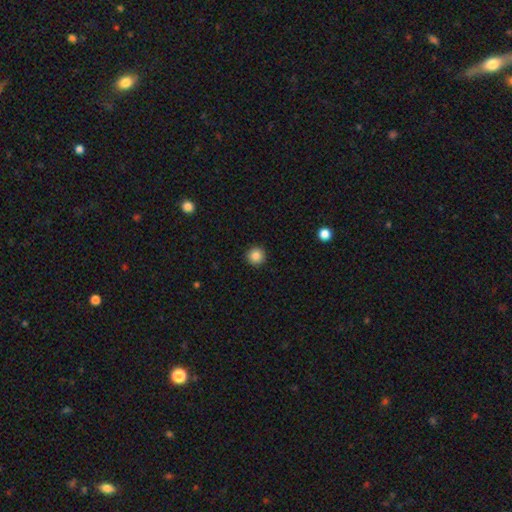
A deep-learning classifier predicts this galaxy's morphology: Smooth or featured? Predicted: smooth (p=0.86). How rounded? Predicted: round (p=0.96). Merging? Predicted: none (p=0.93).